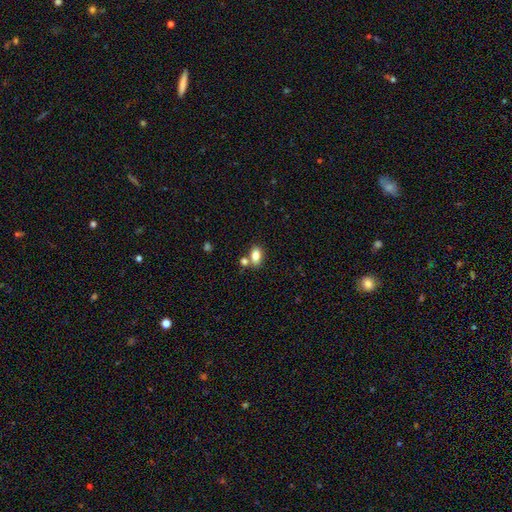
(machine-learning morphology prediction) Overall: smooth (81%). How rounded: in between (85%). Merging: none (60%; merger 25%).